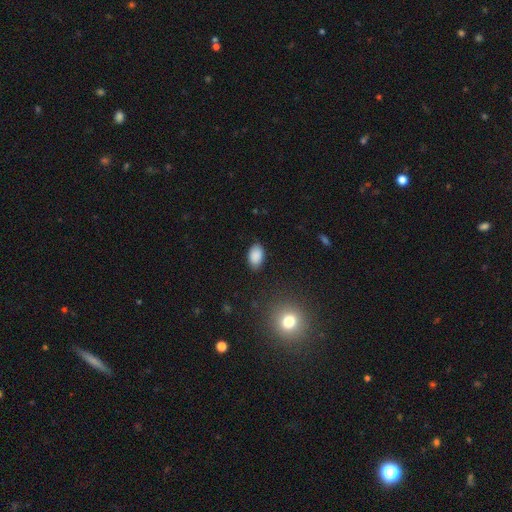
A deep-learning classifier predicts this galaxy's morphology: This is clearly a smooth galaxy (88%). How rounded: clearly in between (91%). Merging: clearly none (86%).